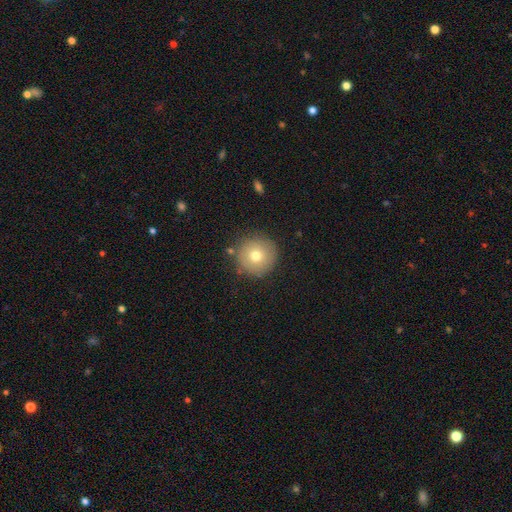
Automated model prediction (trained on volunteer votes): This appears to be a smooth galaxy with no disk features (72%) that is round (96%). Merging: none (86%).